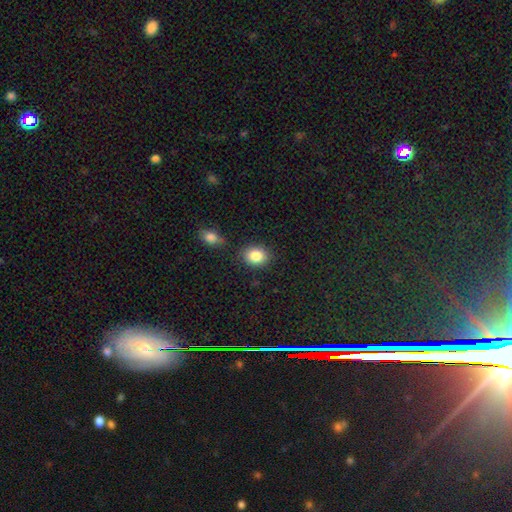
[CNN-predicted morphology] Q: Smooth or featured?
A: smooth (86%); runner-up: star or artifact (8%)
Q: How rounded?
A: in between (51%); runner-up: round (48%)
Q: Merging?
A: none (81%); runner-up: minor disturbance (10%)